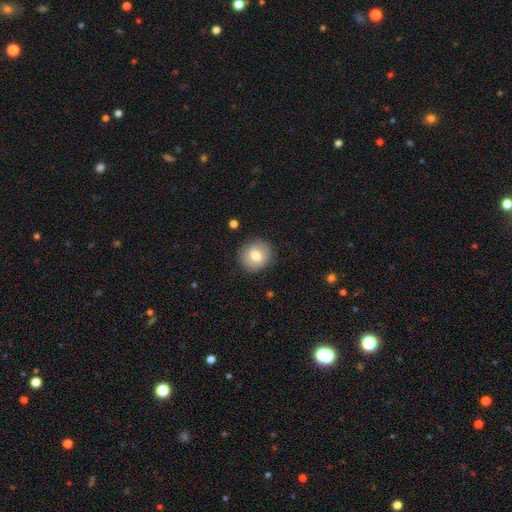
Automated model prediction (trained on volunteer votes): Smooth or featured: smooth — 74% (featured or disk — 18%)
How rounded: round — 88% (in between — 11%)
Merging: none — 88% (minor disturbance — 8%)